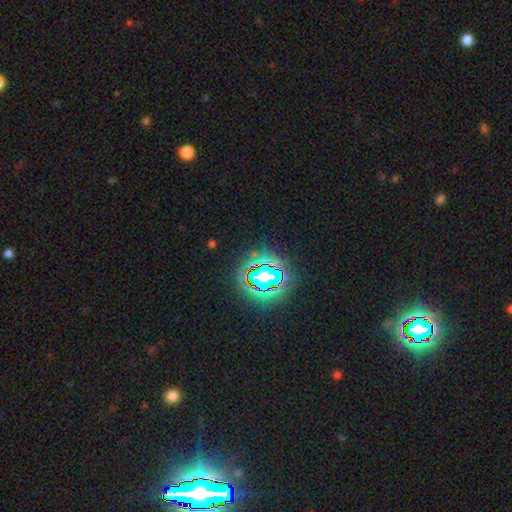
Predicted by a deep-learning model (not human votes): Overall: star or artifact (83%).